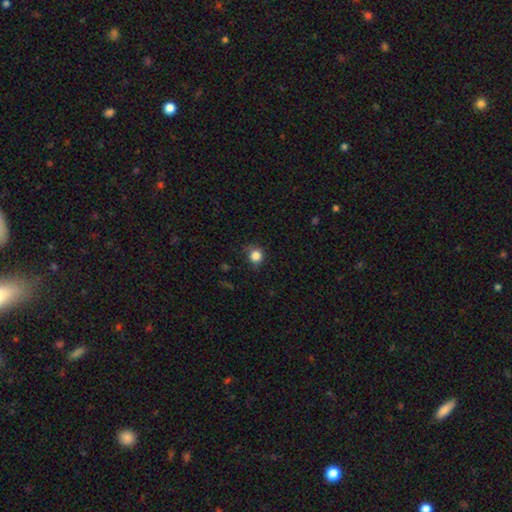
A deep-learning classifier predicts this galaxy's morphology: type=smooth (84%); roundness=round (88%); merging=none (73%).